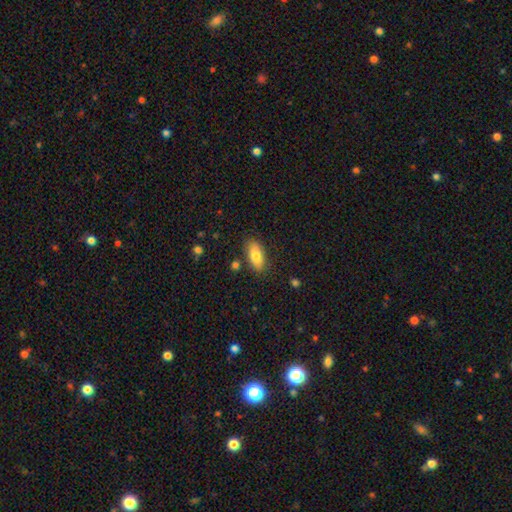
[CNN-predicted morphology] smooth_or_featured: smooth (p=0.80) [alt: featured or disk p=0.13]
how_rounded: in between (p=0.84) [alt: cigar-shaped p=0.13]
merging: none (p=0.84) [alt: minor disturbance p=0.11]